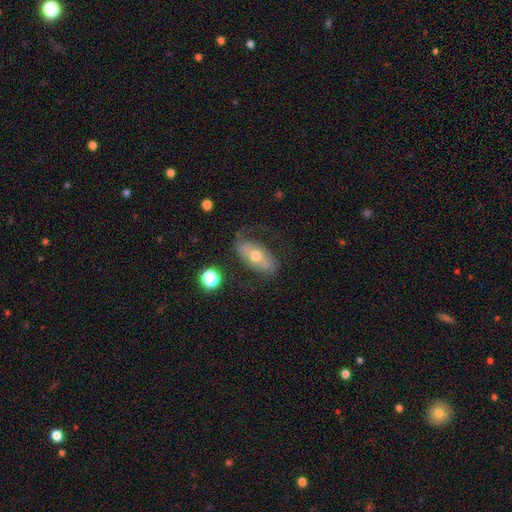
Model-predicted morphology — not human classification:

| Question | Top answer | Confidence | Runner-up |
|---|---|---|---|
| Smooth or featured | featured or disk | 61% | smooth (31%) |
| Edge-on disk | no | 90% | yes (10%) |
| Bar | no | 41% | weak (33%) |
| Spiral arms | yes | 72% | no (28%) |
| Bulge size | moderate | 73% | small (17%) |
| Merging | none | 58% | minor disturbance (20%) |